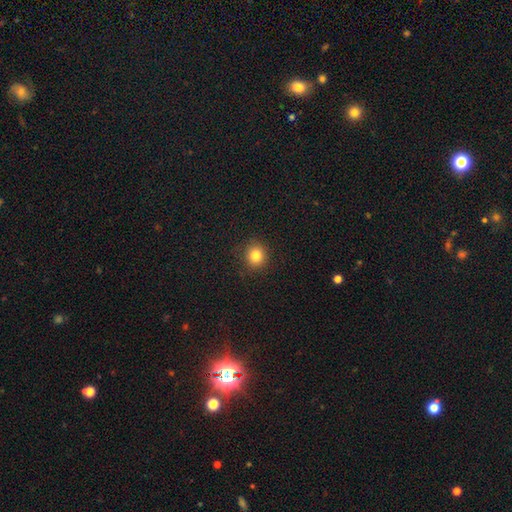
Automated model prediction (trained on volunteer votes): smooth_or_featured: smooth (p=0.82) [alt: star or artifact p=0.12]
how_rounded: round (p=0.88) [alt: in between p=0.11]
merging: none (p=0.90) [alt: minor disturbance p=0.07]